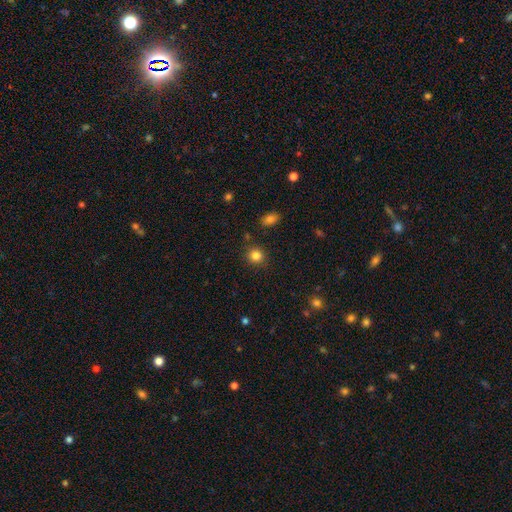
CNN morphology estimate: Q: Smooth or featured?
A: smooth (83%); runner-up: star or artifact (12%)
Q: How rounded?
A: round (85%); runner-up: in between (14%)
Q: Merging?
A: none (88%); runner-up: minor disturbance (7%)